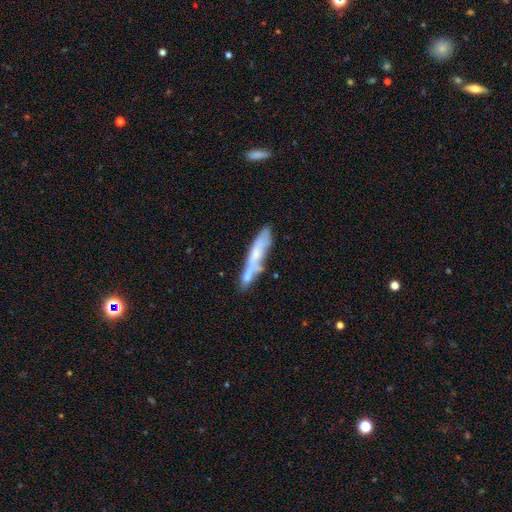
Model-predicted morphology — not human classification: A smooth galaxy with no disk features (50%) that is cigar-shaped (86%). Merging: none (48%).